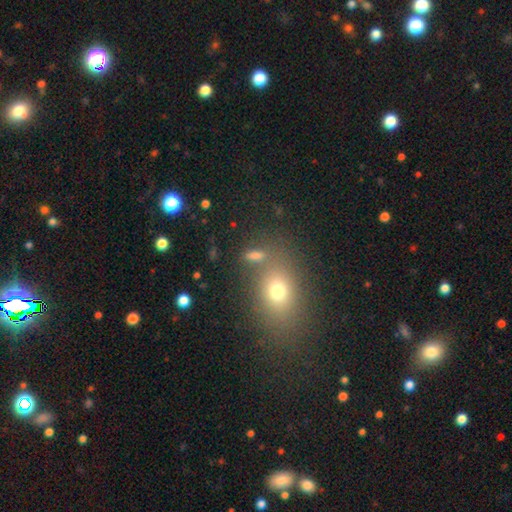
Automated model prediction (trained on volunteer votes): Overall: smooth (63%; star or artifact 24%). How rounded: in between (65%; round 26%). Merging: none (67%).